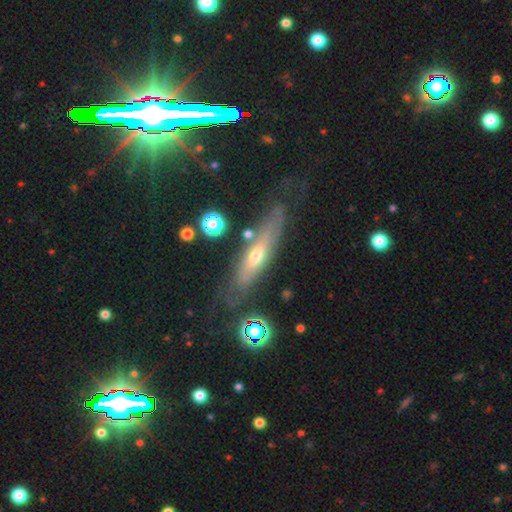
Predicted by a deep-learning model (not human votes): This is likely a featured or disk galaxy (62%). It is likely viewed edge-on (65%). Merging: likely none (70%).